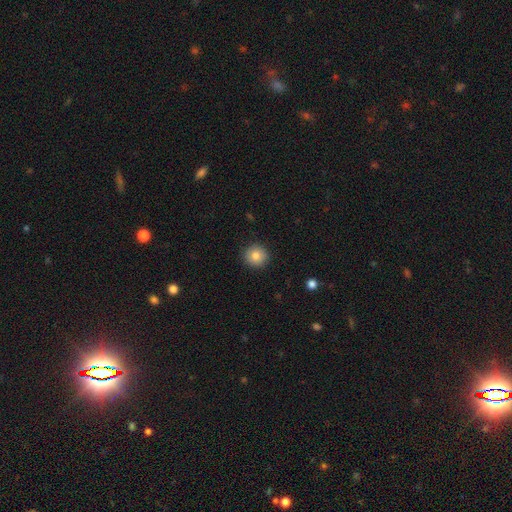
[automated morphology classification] Smooth or featured: smooth — 81% (star or artifact — 10%)
How rounded: round — 94% (in between — 5%)
Merging: none — 91% (minor disturbance — 6%)